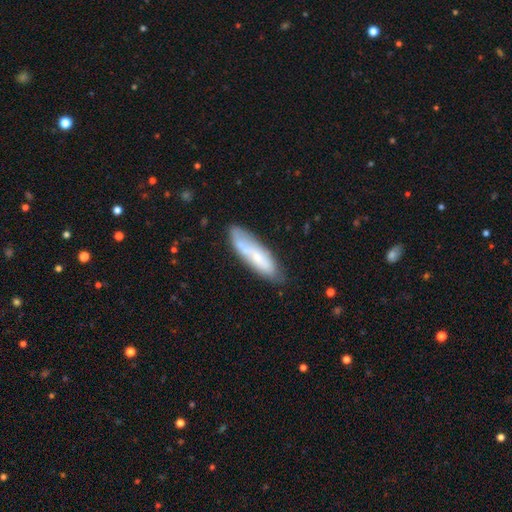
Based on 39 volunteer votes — A smooth galaxy with no disk features (67%) that is in between round and cigar-shaped (54%).

Vote fractions:
- Smooth or featured? smooth: 67% / featured or disk: 26% / star or artifact: 8%
- How rounded? in between: 54% / cigar-shaped: 46% / round: 0%
- Merging? none: 72% / minor disturbance: 25% / merger: 3% / major disturbance: 0%